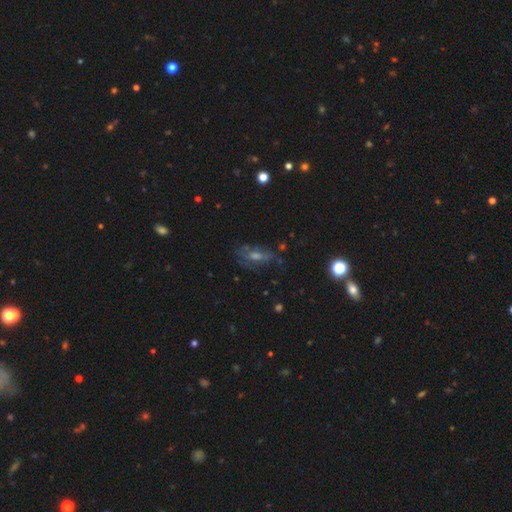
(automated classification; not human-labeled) A featured or disk galaxy (46%).

Vote fractions:
- Smooth or featured? featured or disk: 46% / smooth: 30% / star or artifact: 24%
- Merging? none: 59% / minor disturbance: 22% / major disturbance: 15% / merger: 4%